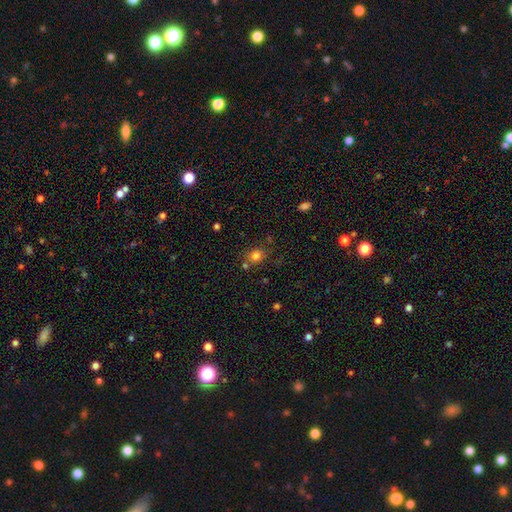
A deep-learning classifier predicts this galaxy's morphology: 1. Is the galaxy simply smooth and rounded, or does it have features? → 79% smooth, 14% star or artifact, 7% featured or disk.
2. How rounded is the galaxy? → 66% round, 33% in between, 1% cigar-shaped.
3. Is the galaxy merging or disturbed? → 73% none, 13% minor disturbance, 10% merger, 4% major disturbance.